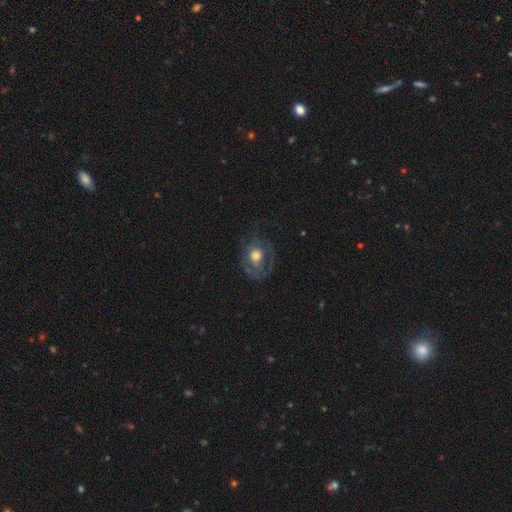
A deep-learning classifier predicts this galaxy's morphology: Q: Smooth or featured?
A: featured or disk (56%); runner-up: smooth (36%)
Q: Edge-on disk?
A: no (96%); runner-up: yes (4%)
Q: Bar?
A: no (81%); runner-up: weak (15%)
Q: Spiral arms?
A: yes (53%); runner-up: no (47%)
Q: Bulge size?
A: moderate (60%); runner-up: large (22%)
Q: Merging?
A: none (55%); runner-up: major disturbance (23%)